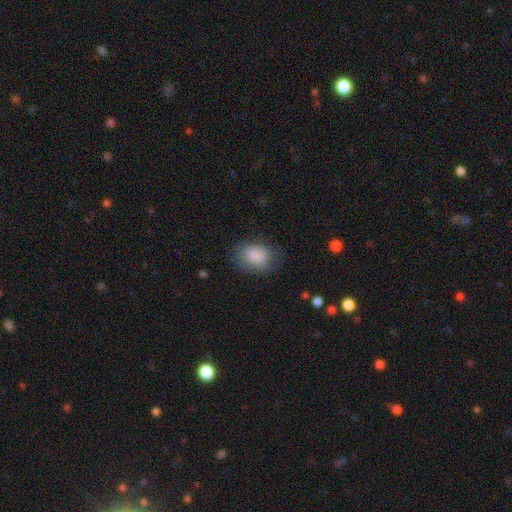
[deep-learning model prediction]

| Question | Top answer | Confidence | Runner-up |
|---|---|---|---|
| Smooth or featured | smooth | 87% | star or artifact (8%) |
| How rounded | in between | 59% | round (40%) |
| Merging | none | 75% | minor disturbance (17%) |